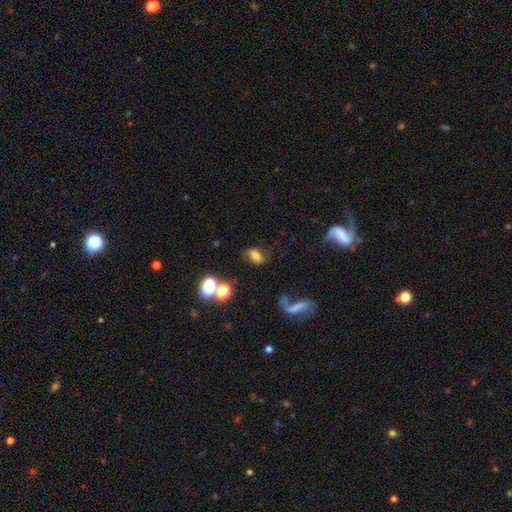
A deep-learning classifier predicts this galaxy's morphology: Smooth or featured? smooth (60%)
How rounded? in between (81%)
Merging? none (57%)